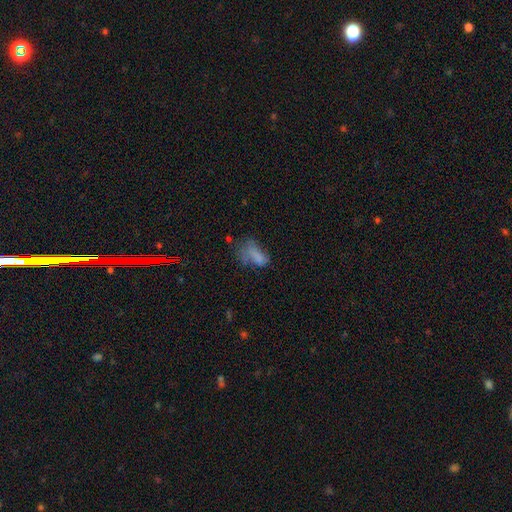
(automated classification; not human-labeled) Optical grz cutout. It shows a smooth galaxy with no disk features (67%) that is in between round and cigar-shaped (87%). Merging: major disturbance (36%).